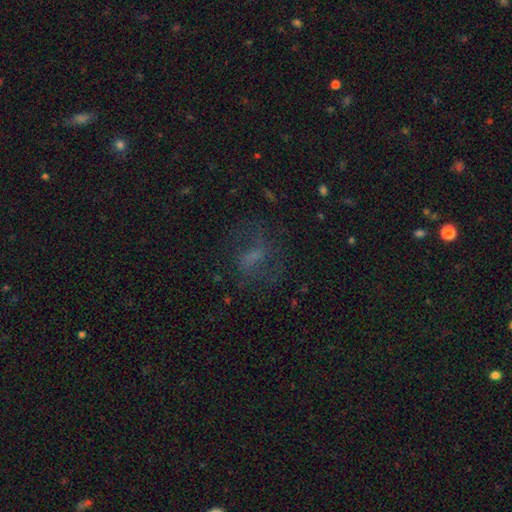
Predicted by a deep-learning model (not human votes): Overall: featured or disk (40%; smooth 35%). Merging: none (61%).